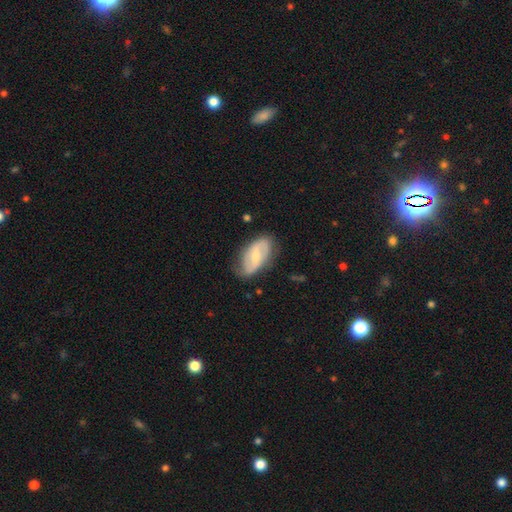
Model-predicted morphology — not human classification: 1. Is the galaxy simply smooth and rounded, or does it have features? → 66% featured or disk, 28% smooth, 6% star or artifact.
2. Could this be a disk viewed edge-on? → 94% no, 6% yes.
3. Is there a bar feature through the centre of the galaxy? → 48% weak, 28% no, 24% strong.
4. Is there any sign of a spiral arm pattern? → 84% yes, 16% no.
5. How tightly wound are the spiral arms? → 42% medium, 32% loose, 25% tight.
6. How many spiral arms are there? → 80% 2, 13% can't tell, 4% 1, 2% 3, 1% 4, 1% more than 4.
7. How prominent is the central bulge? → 49% moderate, 44% small, 3% none, 3% large, 1% dominant.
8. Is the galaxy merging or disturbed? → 70% none, 22% minor disturbance, 6% major disturbance, 1% merger.